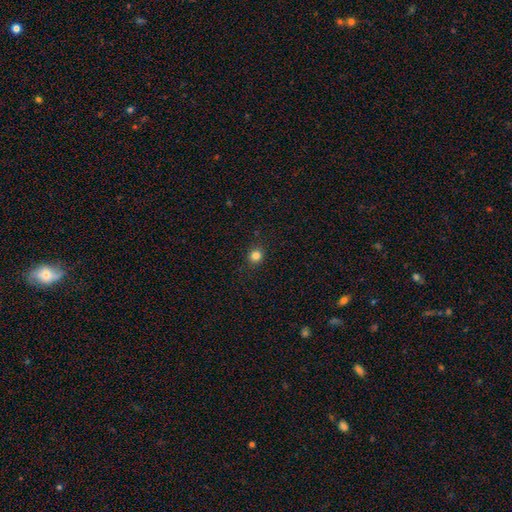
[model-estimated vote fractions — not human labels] A smooth galaxy with no disk features (83%) that is round (83%). Merging: none (88%).